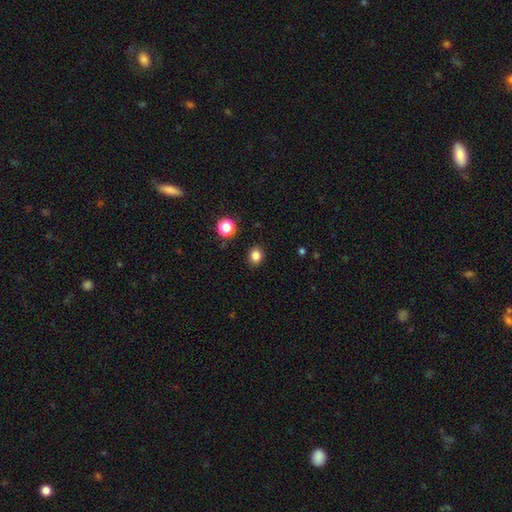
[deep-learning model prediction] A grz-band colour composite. It shows a smooth galaxy with no disk features (83%) that is round (61%). Merging: none (88%).